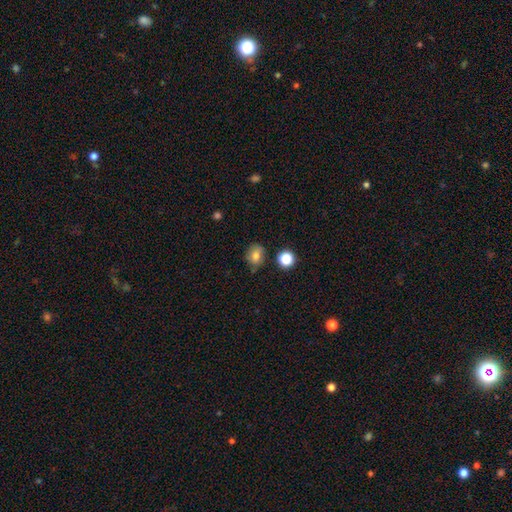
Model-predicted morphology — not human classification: Q: Smooth or featured?
A: smooth (78%); runner-up: star or artifact (12%)
Q: How rounded?
A: round (58%); runner-up: in between (41%)
Q: Merging?
A: none (73%); runner-up: minor disturbance (18%)